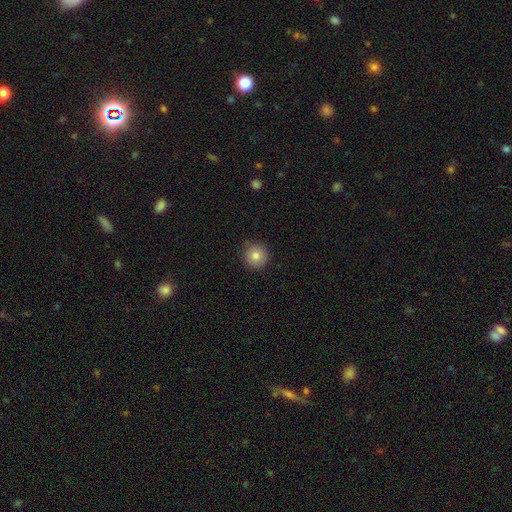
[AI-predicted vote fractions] Q: Smooth or featured?
A: smooth (81%); runner-up: star or artifact (10%)
Q: How rounded?
A: round (95%); runner-up: in between (4%)
Q: Merging?
A: none (89%); runner-up: minor disturbance (8%)